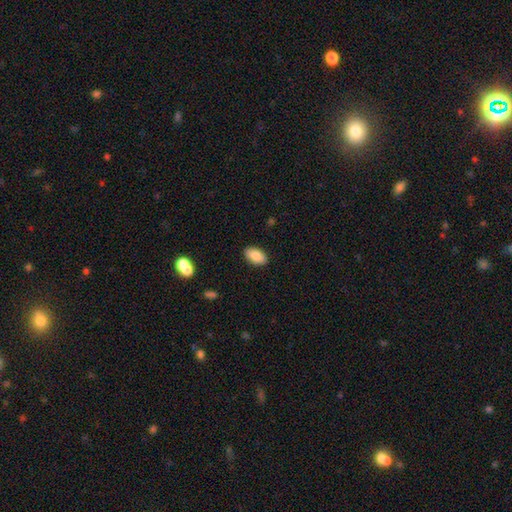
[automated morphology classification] smooth-or-featured: smooth: 84% | featured or disk: 9% | star or artifact: 7%
  how-rounded: in between: 93% | round: 5% | cigar-shaped: 2%
  merging: none: 88% | minor disturbance: 8% | major disturbance: 2% | merger: 1%